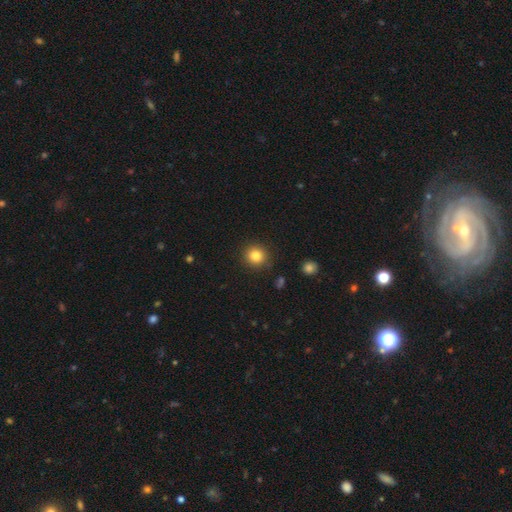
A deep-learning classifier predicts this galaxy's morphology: Smooth or featured? smooth (84%)
How rounded? round (92%)
Merging? none (90%)